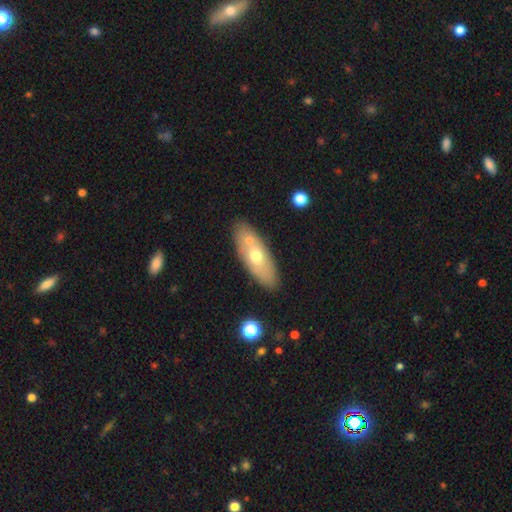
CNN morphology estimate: Smooth or featured? smooth (56%)
How rounded? in between (73%)
Merging? none (72%)